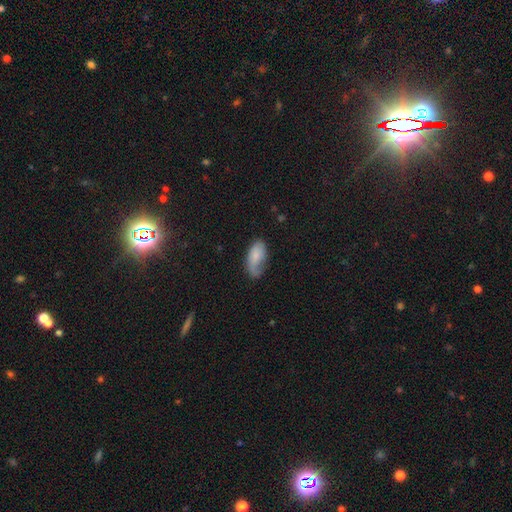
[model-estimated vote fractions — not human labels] This appears to be a smooth galaxy with no disk features (68%) that is in between round and cigar-shaped (92%). Merging: none (41%).